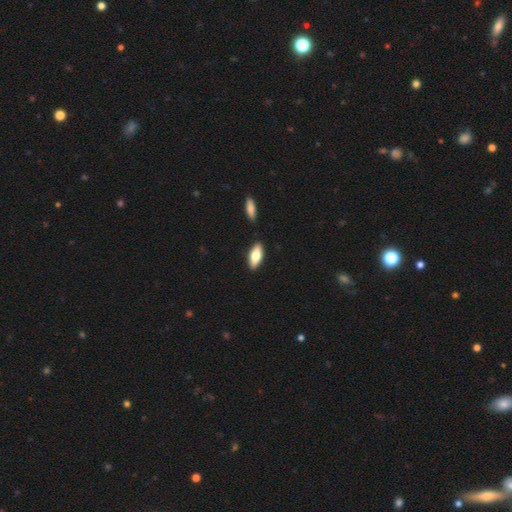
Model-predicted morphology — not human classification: type=smooth (69%); roundness=in between (76%); merging=none (86%).